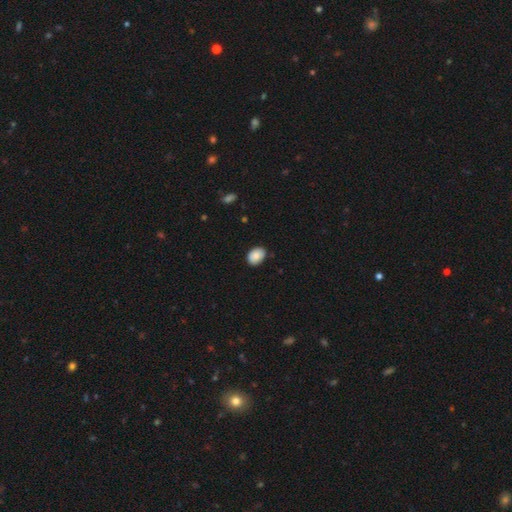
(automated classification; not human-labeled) The model was most divided on "how rounded": in between: 76%, round: 23%, cigar-shaped: 1%. More confident: smooth or featured — smooth (87%); merging — none (84%).